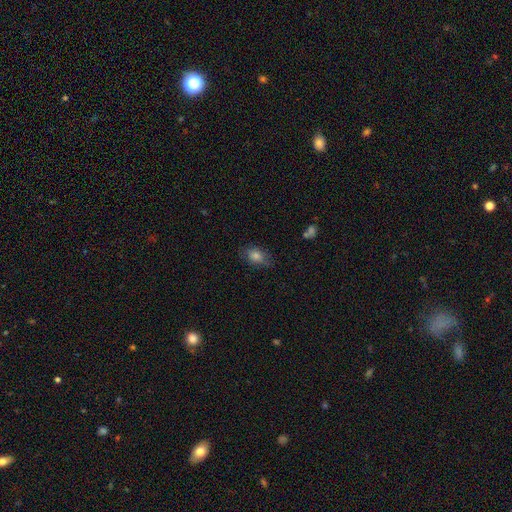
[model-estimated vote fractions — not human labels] A smooth galaxy with no disk features (75%) that is in between round and cigar-shaped (78%).

Vote fractions:
- Smooth or featured? smooth: 75% / star or artifact: 12% / featured or disk: 12%
- How rounded? in between: 78% / round: 20% / cigar-shaped: 3%
- Merging? none: 75% / minor disturbance: 19% / major disturbance: 5% / merger: 1%